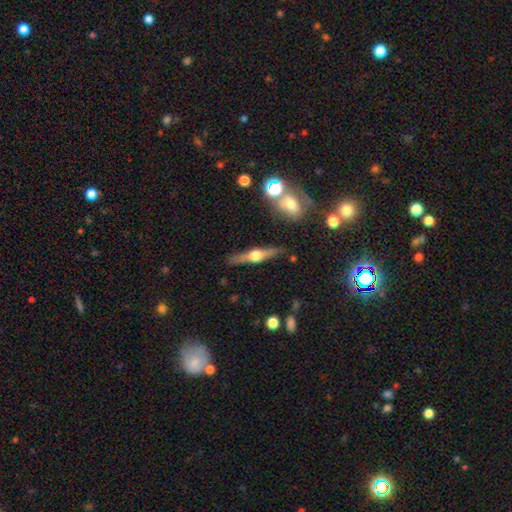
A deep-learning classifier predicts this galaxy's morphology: smooth_or_featured: featured or disk (p=0.74) [alt: smooth p=0.20]
disk_edge_on: yes (p=0.97) [alt: no p=0.03]
edge_on_bulge: rounded (p=0.95) [alt: boxy p=0.04]
merging: none (p=0.86) [alt: minor disturbance p=0.09]